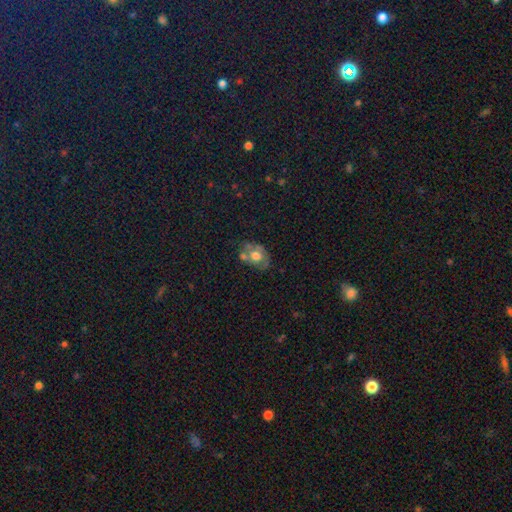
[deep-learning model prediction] smooth 50%, featured or disk 41%, star or artifact 9%. Down the decision tree: merging — none (39%).